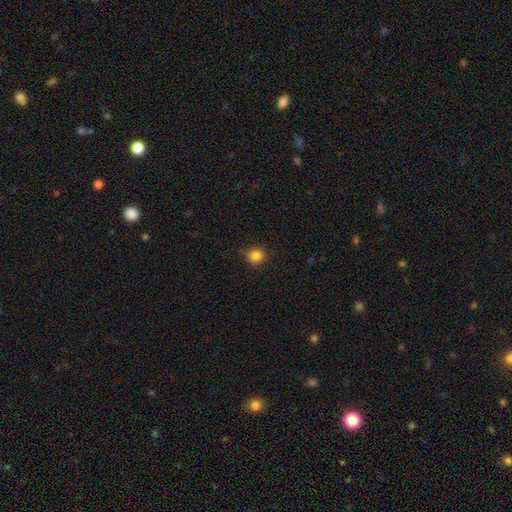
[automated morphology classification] Q: Smooth or featured?
A: smooth (84%); runner-up: star or artifact (12%)
Q: How rounded?
A: round (87%); runner-up: in between (12%)
Q: Merging?
A: none (85%); runner-up: minor disturbance (12%)